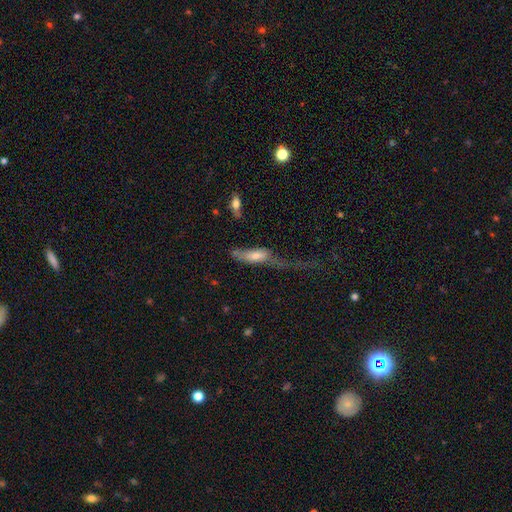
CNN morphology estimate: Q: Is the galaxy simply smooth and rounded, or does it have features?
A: smooth — 60%.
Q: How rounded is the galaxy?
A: in between — 52%.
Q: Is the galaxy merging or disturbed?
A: major disturbance — 59%.